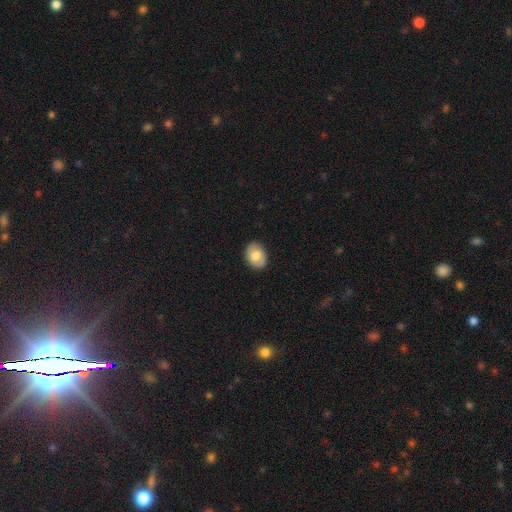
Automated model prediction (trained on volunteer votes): Smooth or featured? smooth (73%)
How rounded? in between (68%)
Merging? none (87%)